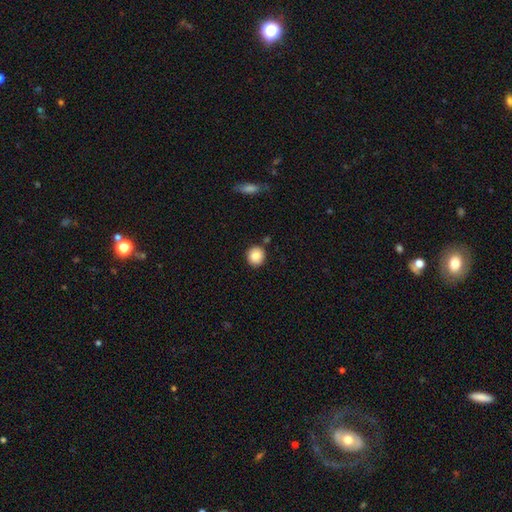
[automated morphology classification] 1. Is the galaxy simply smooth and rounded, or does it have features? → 86% smooth, 8% star or artifact, 5% featured or disk.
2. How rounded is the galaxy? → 90% round, 9% in between, 1% cigar-shaped.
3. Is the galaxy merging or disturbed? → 86% none, 8% minor disturbance, 4% merger, 2% major disturbance.